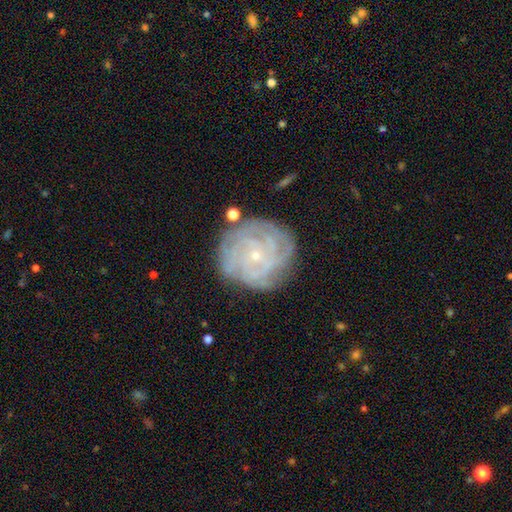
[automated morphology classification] This appears to be a featured or disk galaxy (81%) with no bar (77%), tight (80%) spiral arms (95%) and a small central bulge (84%). Merging: none (80%).